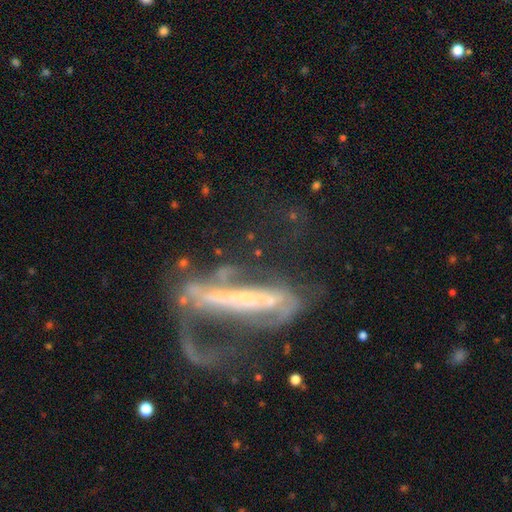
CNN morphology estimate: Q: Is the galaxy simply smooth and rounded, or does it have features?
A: featured or disk — 71%.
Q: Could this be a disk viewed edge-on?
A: no — 58%.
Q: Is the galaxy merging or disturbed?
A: major disturbance — 48%.